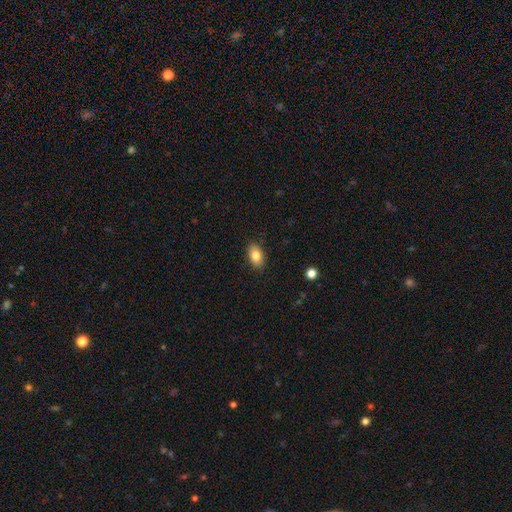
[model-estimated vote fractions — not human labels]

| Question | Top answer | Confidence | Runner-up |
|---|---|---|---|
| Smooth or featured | smooth | 82% | featured or disk (10%) |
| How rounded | in between | 90% | round (7%) |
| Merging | none | 88% | minor disturbance (9%) |